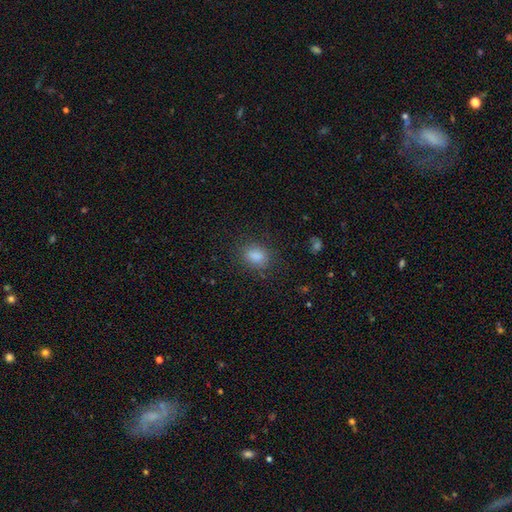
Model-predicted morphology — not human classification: This appears to be a smooth galaxy with no disk features (82%) that is in between round and cigar-shaped (57%). Merging: none (85%).